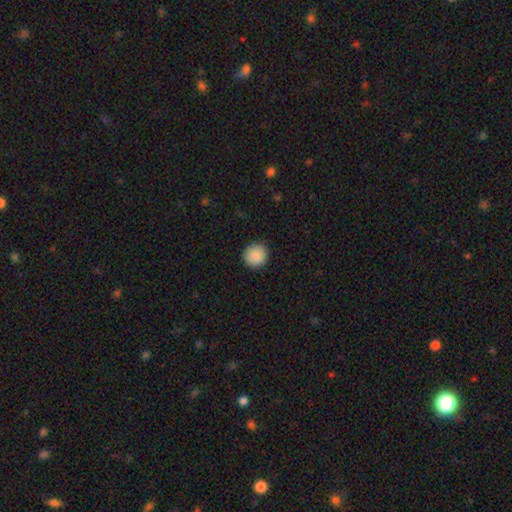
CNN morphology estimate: type=smooth (90%); roundness=round (93%); merging=none (92%).